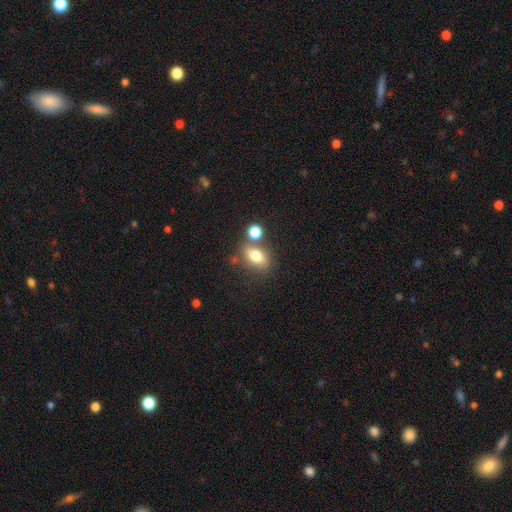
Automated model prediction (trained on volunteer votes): A smooth galaxy with no disk features (74%) that is in between round and cigar-shaped (74%).

Vote fractions:
- Smooth or featured? smooth: 74% / featured or disk: 16% / star or artifact: 11%
- How rounded? in between: 74% / round: 20% / cigar-shaped: 6%
- Merging? none: 62% / merger: 19% / minor disturbance: 14% / major disturbance: 5%